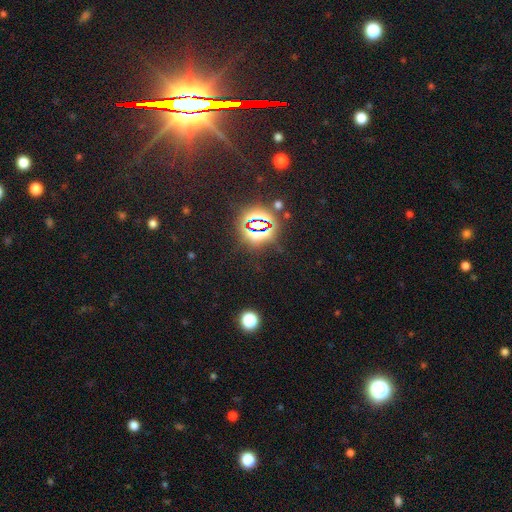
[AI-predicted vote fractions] The model was most divided on "smooth or featured": star or artifact: 79%, smooth: 11%, featured or disk: 10%.